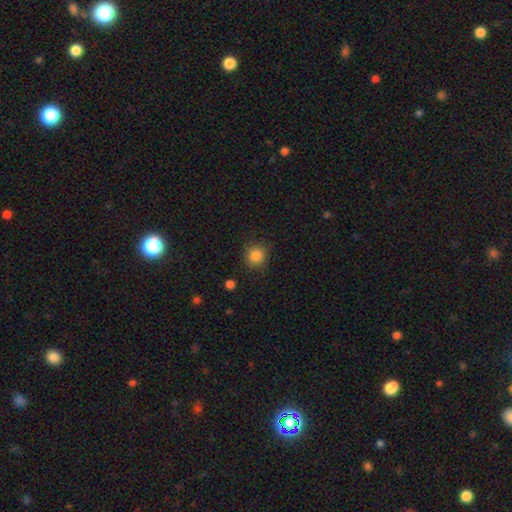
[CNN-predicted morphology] smooth-or-featured: smooth: 85% | star or artifact: 11% | featured or disk: 4%
  how-rounded: round: 88% | in between: 11% | cigar-shaped: 1%
  merging: none: 84% | minor disturbance: 11% | major disturbance: 3% | merger: 1%